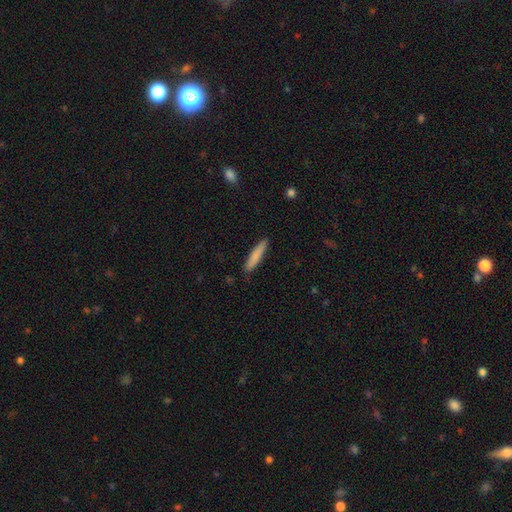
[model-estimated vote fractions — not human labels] The model was most divided on "smooth or featured": smooth: 82%, featured or disk: 13%, star or artifact: 6%. More confident: how rounded — cigar-shaped (91%); merging — none (88%).